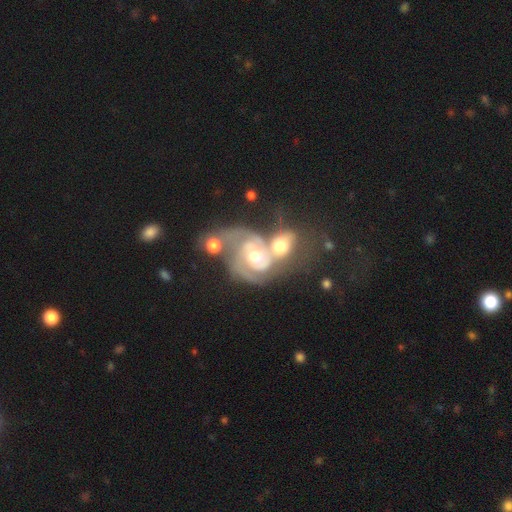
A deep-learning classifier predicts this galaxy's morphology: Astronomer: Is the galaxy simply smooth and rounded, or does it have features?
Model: featured or disk — 83%.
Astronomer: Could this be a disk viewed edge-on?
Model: no — 97%.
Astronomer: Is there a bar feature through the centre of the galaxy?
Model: no — 62%.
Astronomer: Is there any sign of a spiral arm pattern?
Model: yes — 89%.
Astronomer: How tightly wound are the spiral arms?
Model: tight — 50% (runner-up: medium, 37%).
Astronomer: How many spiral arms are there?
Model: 2 — 55%.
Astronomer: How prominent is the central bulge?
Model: moderate — 64%.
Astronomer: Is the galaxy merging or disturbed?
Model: merger — 71%.